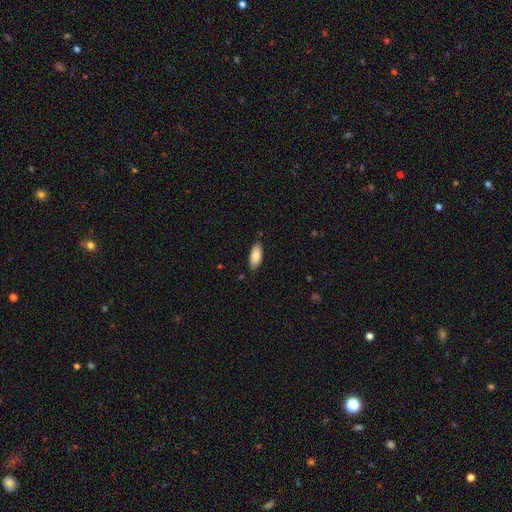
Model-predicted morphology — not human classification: Overall: smooth (85%). How rounded: in between (86%). Merging: none (82%).